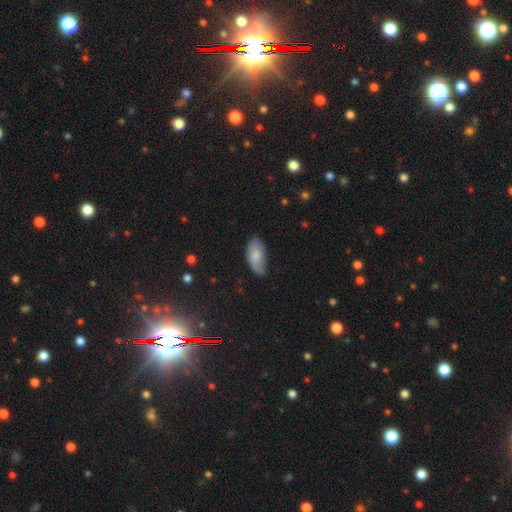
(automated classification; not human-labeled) smooth_or_featured: smooth (p=0.78) [alt: featured or disk p=0.16]
how_rounded: in between (p=0.93) [alt: cigar-shaped p=0.05]
merging: none (p=0.64) [alt: minor disturbance p=0.29]